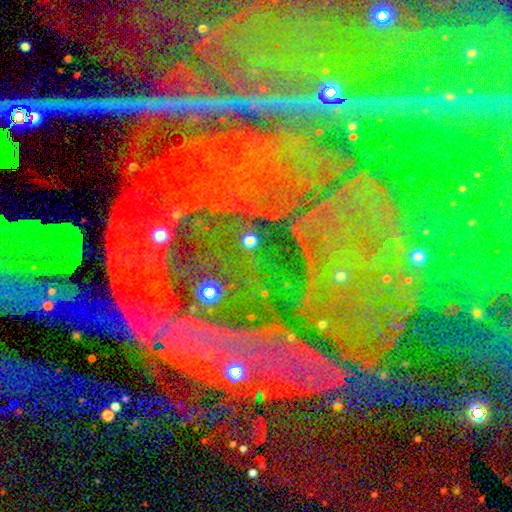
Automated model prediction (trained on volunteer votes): Smooth or featured: star or artifact — 88% (featured or disk — 6%)